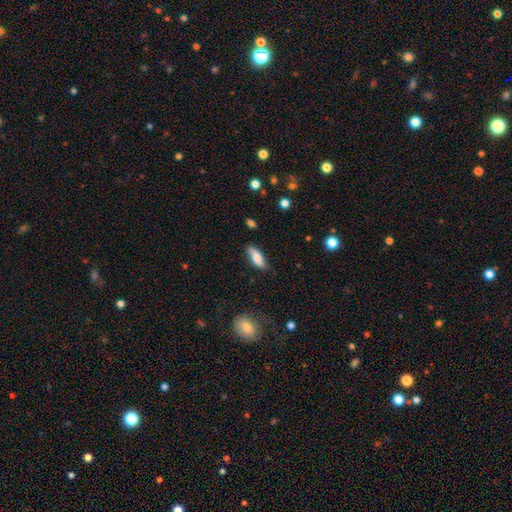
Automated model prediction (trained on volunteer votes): smooth-or-featured: smooth: 71% | featured or disk: 22% | star or artifact: 7%
  how-rounded: in between: 66% | cigar-shaped: 31% | round: 3%
  merging: none: 75% | minor disturbance: 19% | major disturbance: 4% | merger: 2%